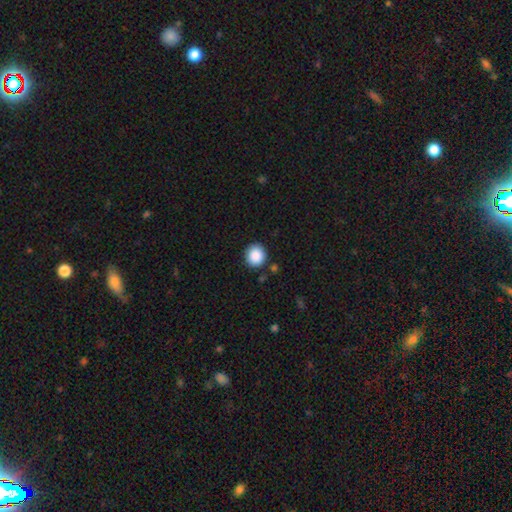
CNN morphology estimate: A smooth galaxy with no disk features (89%) that is round (88%). Merging: none (88%).